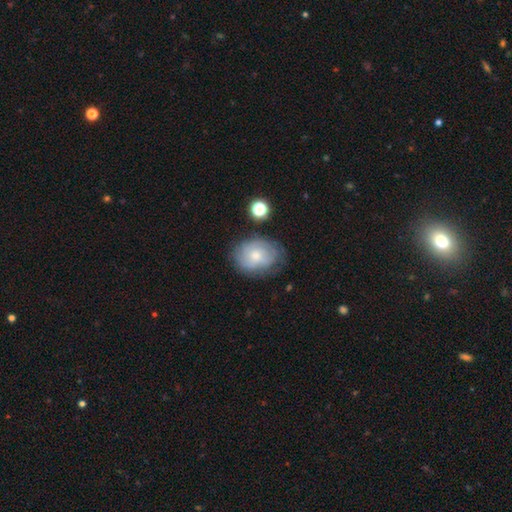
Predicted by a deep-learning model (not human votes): A smooth galaxy with no disk features (48%). Merging: none (66%).